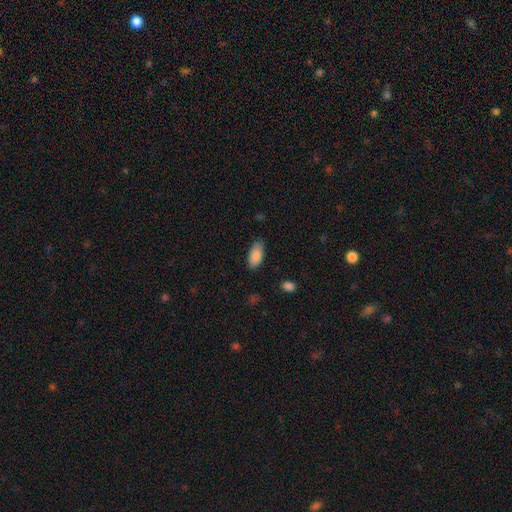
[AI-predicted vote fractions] Smooth or featured?
  - smooth: 88% *
  - star or artifact: 7%
  - featured or disk: 5%
How rounded?
  - in between: 91% *
  - cigar-shaped: 7%
  - round: 2%
Merging?
  - none: 77% *
  - minor disturbance: 18%
  - major disturbance: 3%
  - merger: 1%